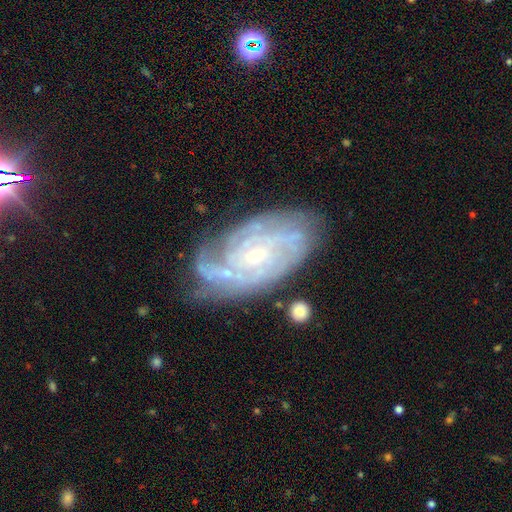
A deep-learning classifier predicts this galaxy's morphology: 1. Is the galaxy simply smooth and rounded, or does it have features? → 86% featured or disk, 8% smooth, 7% star or artifact.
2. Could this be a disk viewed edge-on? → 95% no, 5% yes.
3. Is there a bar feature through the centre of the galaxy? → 62% no, 31% weak, 7% strong.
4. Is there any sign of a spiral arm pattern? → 96% yes, 4% no.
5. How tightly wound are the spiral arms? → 66% tight, 28% medium, 6% loose.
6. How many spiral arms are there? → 30% can't tell, 23% 4, 20% 3, 13% 2, 8% more than 4, 6% 1.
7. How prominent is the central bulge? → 70% small, 25% moderate, 2% none, 1% large, 1% dominant.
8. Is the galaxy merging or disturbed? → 67% none, 22% minor disturbance, 8% major disturbance, 3% merger.